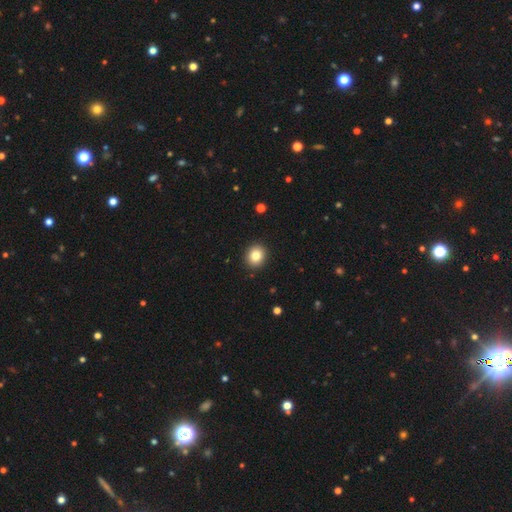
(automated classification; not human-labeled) smooth-or-featured: smooth: 83% | star or artifact: 10% | featured or disk: 7%
  how-rounded: round: 80% | in between: 19% | cigar-shaped: 1%
  merging: none: 92% | minor disturbance: 5% | major disturbance: 2% | merger: 1%